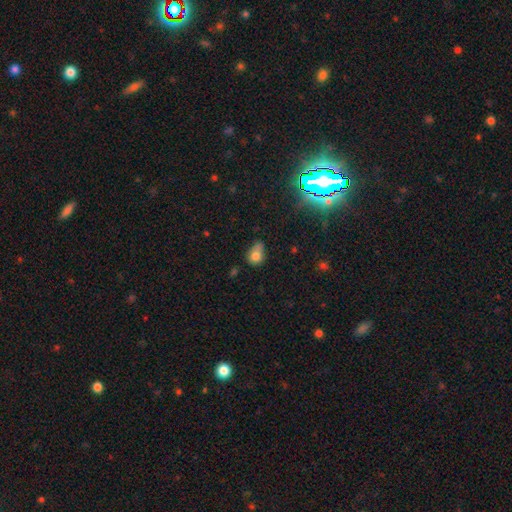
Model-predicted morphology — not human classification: A smooth galaxy with no disk features (76%) that is in between round and cigar-shaped (54%). Merging: minor disturbance (35%).